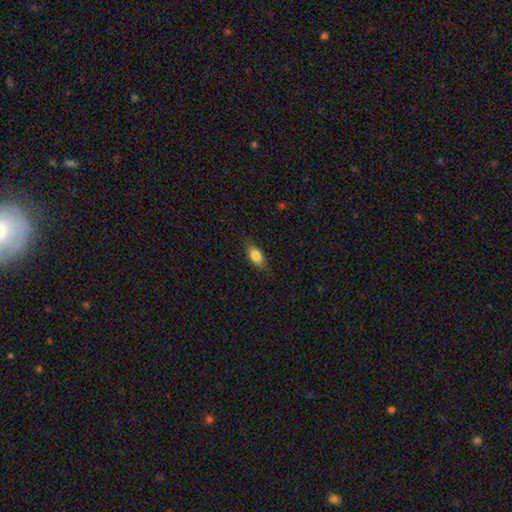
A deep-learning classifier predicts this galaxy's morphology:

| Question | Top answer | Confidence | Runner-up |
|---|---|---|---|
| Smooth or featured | smooth | 81% | featured or disk (12%) |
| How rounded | in between | 82% | cigar-shaped (14%) |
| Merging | none | 80% | minor disturbance (15%) |